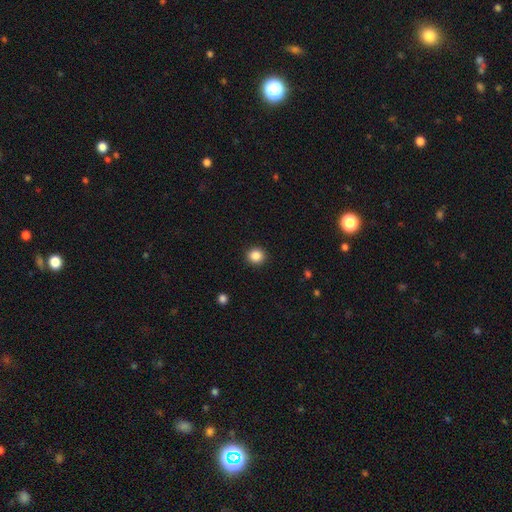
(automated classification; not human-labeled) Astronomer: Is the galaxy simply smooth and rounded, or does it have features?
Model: smooth — 87%.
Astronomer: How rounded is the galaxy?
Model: round — 91%.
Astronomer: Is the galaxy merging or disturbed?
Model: none — 92%.